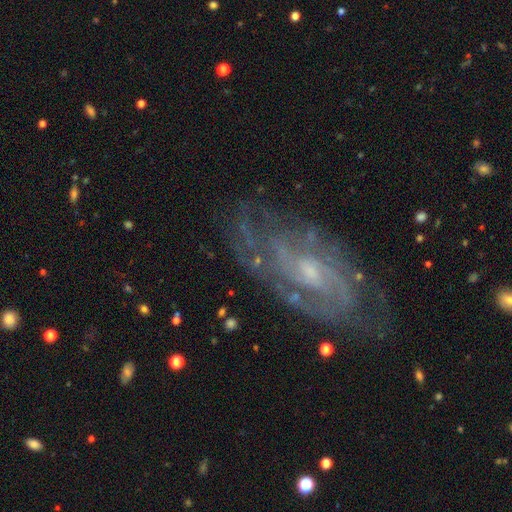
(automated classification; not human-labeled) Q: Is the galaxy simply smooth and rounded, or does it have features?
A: featured or disk — 84%.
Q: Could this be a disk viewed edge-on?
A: no — 94%.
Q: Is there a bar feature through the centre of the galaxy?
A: no — 57%.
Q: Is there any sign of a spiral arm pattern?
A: yes — 92%.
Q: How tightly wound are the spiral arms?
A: tight — 52%.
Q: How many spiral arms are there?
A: can't tell — 41%.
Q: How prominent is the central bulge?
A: small — 60%.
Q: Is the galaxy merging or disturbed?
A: none — 73%.